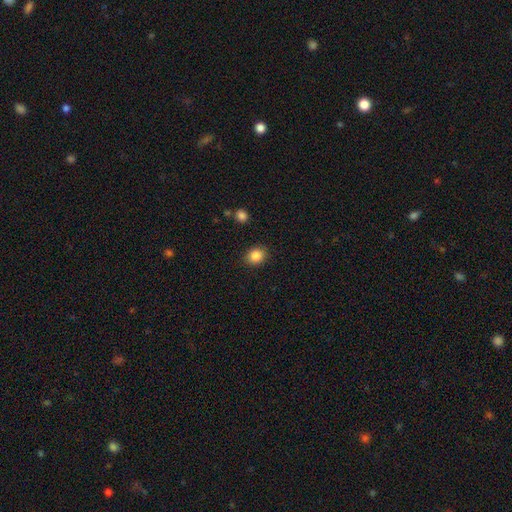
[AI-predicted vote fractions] smooth_or_featured: smooth (p=0.86) [alt: star or artifact p=0.09]
how_rounded: round (p=0.61) [alt: in between p=0.38]
merging: none (p=0.89) [alt: minor disturbance p=0.08]